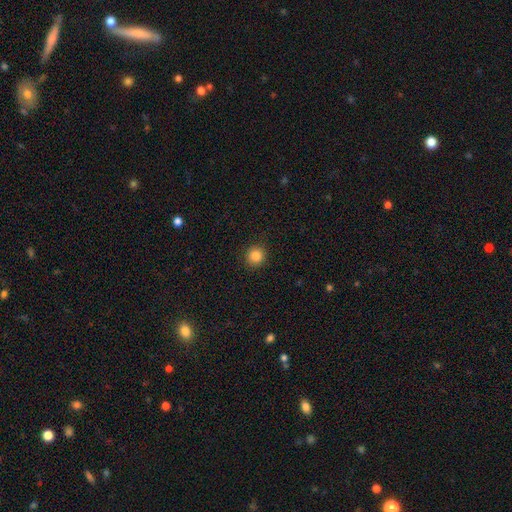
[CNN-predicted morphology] Smooth or featured?
  - smooth: 84% *
  - star or artifact: 11%
  - featured or disk: 5%
How rounded?
  - round: 92% *
  - in between: 7%
  - cigar-shaped: 1%
Merging?
  - none: 91% *
  - minor disturbance: 6%
  - major disturbance: 2%
  - merger: 1%